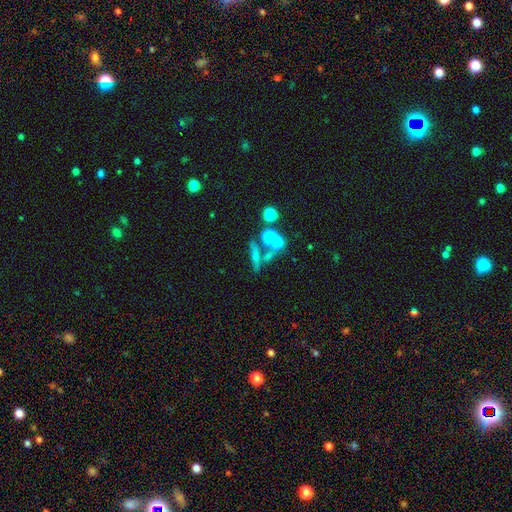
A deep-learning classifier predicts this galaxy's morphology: smooth-or-featured: smooth: 44% | featured or disk: 35% | star or artifact: 21%
  merging: none: 45% | merger: 34% | minor disturbance: 11% | major disturbance: 10%